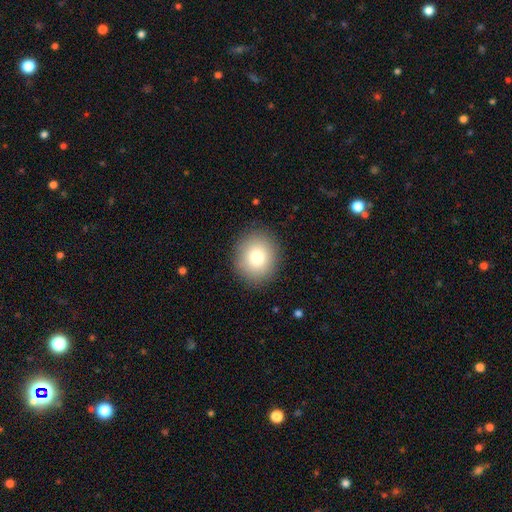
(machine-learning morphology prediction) Smooth or featured? smooth (81%)
How rounded? round (75%)
Merging? none (89%)